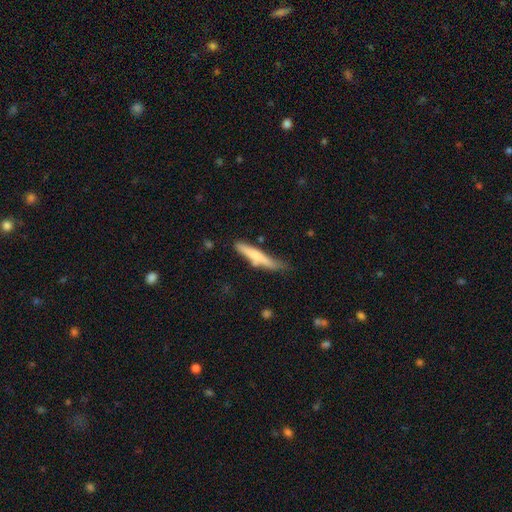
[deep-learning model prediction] Smooth or featured: smooth — 64% (featured or disk — 30%)
How rounded: cigar-shaped — 92% (in between — 7%)
Merging: none — 62% (minor disturbance — 24%)